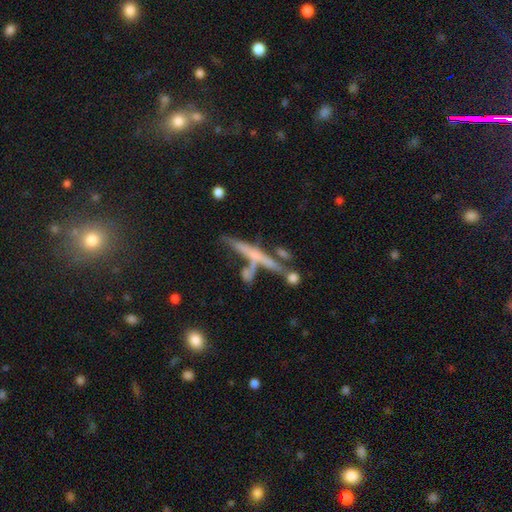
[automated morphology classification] smooth-or-featured: featured or disk: 58% | smooth: 31% | star or artifact: 11%
  disk-edge-on: yes: 91% | no: 9%
    edge-on-bulge: none: 64% | rounded: 27% | boxy: 9%
  merging: none: 56% | merger: 23% | minor disturbance: 14% | major disturbance: 7%